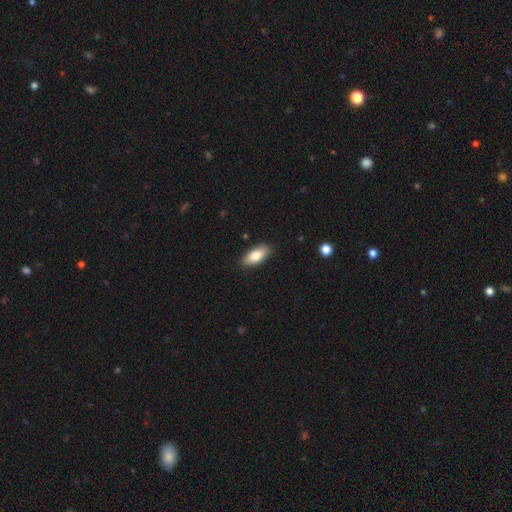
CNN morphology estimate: Smooth or featured: smooth — 82% (featured or disk — 11%)
How rounded: in between — 87% (cigar-shaped — 11%)
Merging: none — 87% (minor disturbance — 10%)